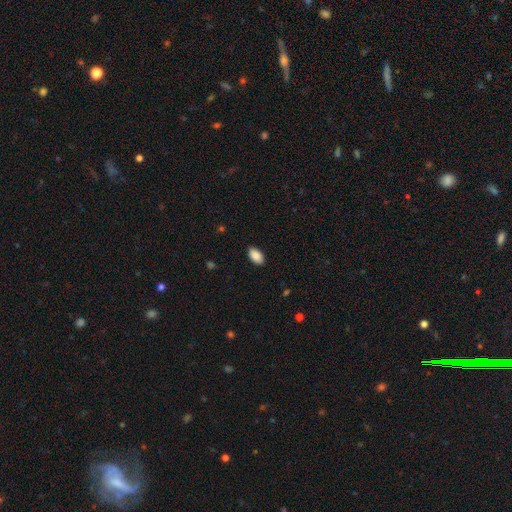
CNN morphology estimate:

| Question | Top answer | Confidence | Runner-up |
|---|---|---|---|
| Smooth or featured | smooth | 90% | star or artifact (7%) |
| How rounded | in between | 94% | round (4%) |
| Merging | none | 88% | minor disturbance (9%) |